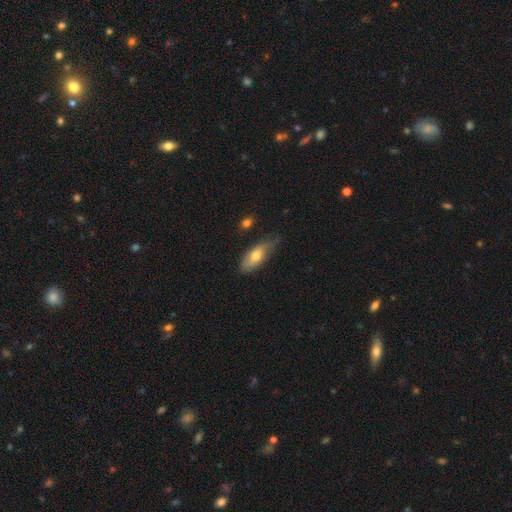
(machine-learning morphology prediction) This is likely a smooth galaxy (67%). How rounded: likely in between (74%). Merging: possibly none (56%).